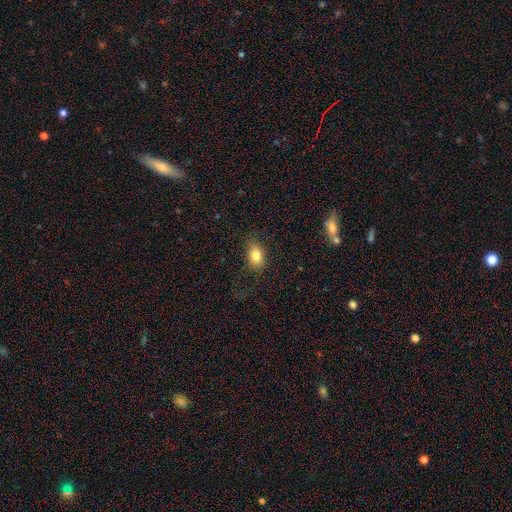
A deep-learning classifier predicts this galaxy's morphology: The model was most divided on "how rounded": in between: 79%, round: 19%, cigar-shaped: 2%. More confident: smooth or featured — smooth (81%); merging — none (78%).